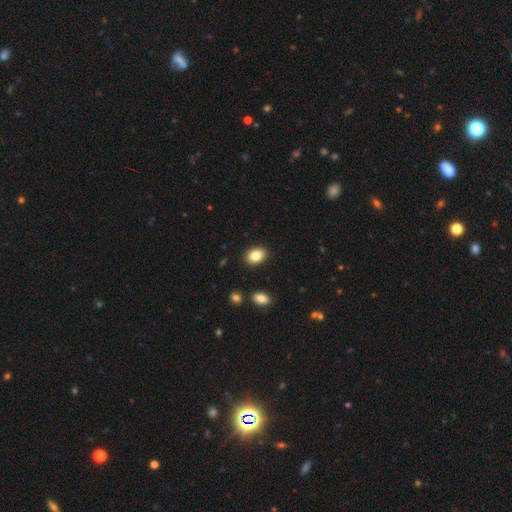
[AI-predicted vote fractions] smooth 84%, star or artifact 8%, featured or disk 8%. Down the decision tree: how rounded — in between (77%); merging — none (89%).